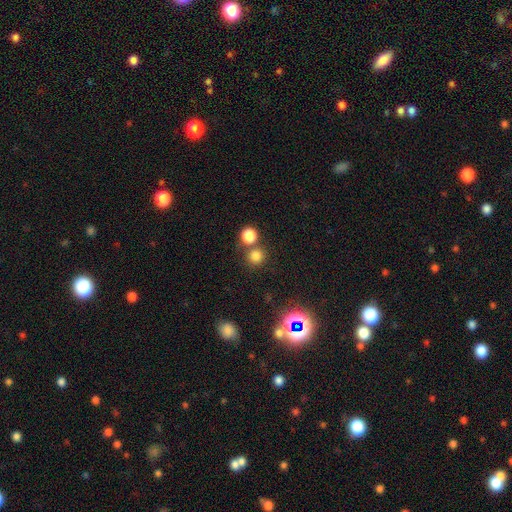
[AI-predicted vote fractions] Smooth or featured? smooth (76%)
How rounded? round (91%)
Merging? none (69%)